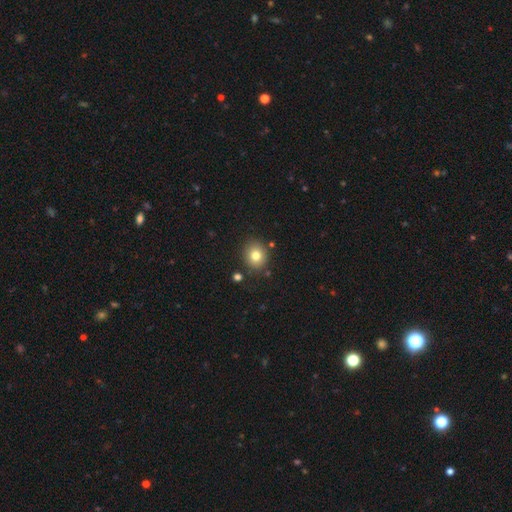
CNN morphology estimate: type=smooth (79%); roundness=round (72%); merging=none (84%).